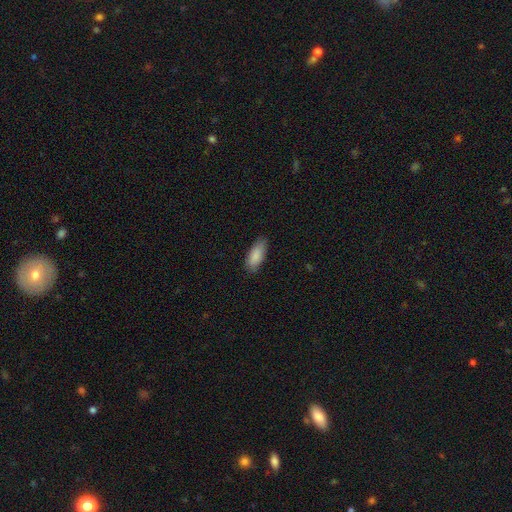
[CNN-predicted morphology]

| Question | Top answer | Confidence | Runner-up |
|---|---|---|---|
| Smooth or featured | smooth | 87% | featured or disk (7%) |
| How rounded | in between | 80% | cigar-shaped (19%) |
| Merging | none | 80% | minor disturbance (16%) |